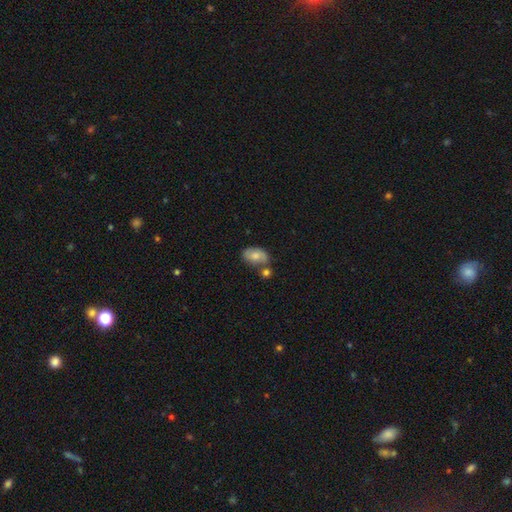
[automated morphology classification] smooth_or_featured: smooth (p=0.67) [alt: featured or disk p=0.26]
how_rounded: in between (p=0.89) [alt: round p=0.10]
merging: none (p=0.53) [alt: merger p=0.21]